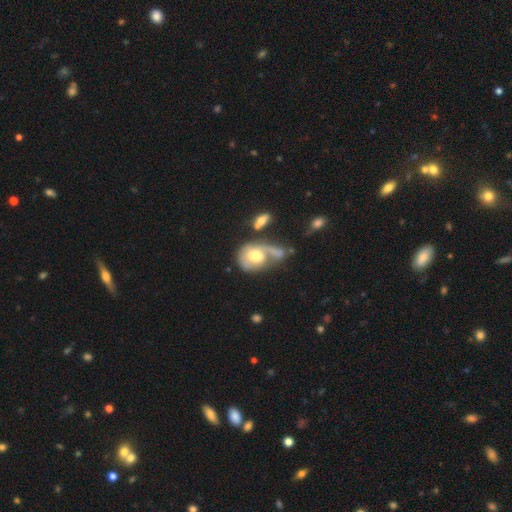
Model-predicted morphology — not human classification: Smooth or featured: smooth — 48% (featured or disk — 46%)
Merging: merger — 35% (major disturbance — 27%)